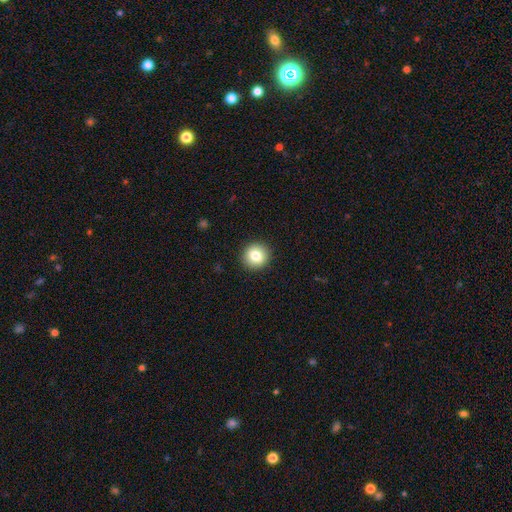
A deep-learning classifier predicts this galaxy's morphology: smooth-or-featured: smooth: 82% | star or artifact: 10% | featured or disk: 8%
  how-rounded: round: 93% | in between: 6% | cigar-shaped: 1%
  merging: none: 92% | minor disturbance: 5% | major disturbance: 2% | merger: 1%